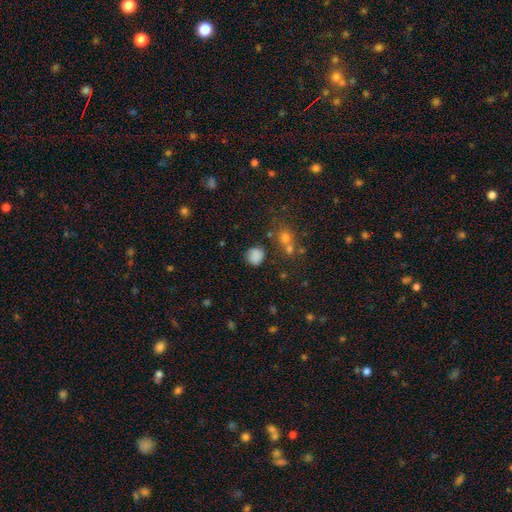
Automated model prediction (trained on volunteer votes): smooth-or-featured: smooth: 81% | star or artifact: 13% | featured or disk: 6%
  how-rounded: round: 83% | in between: 16% | cigar-shaped: 1%
  merging: none: 72% | minor disturbance: 16% | major disturbance: 6% | merger: 6%